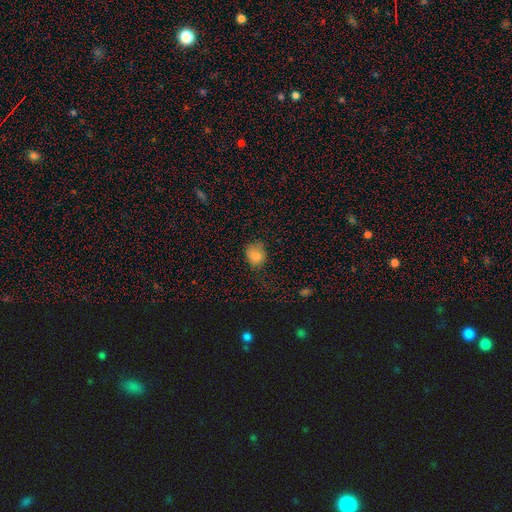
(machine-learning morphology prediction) Smooth or featured? smooth (83%)
How rounded? round (63%)
Merging? none (59%)